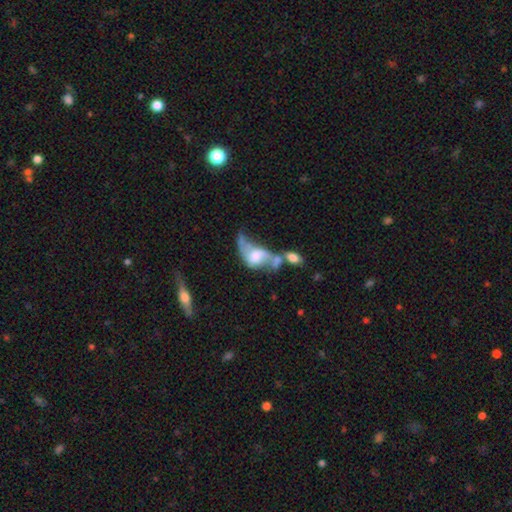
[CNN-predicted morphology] A featured or disk galaxy (58%) with no bar (65%), spiral arms (63%) and a moderate central bulge (31%). Merging: merger (51%).